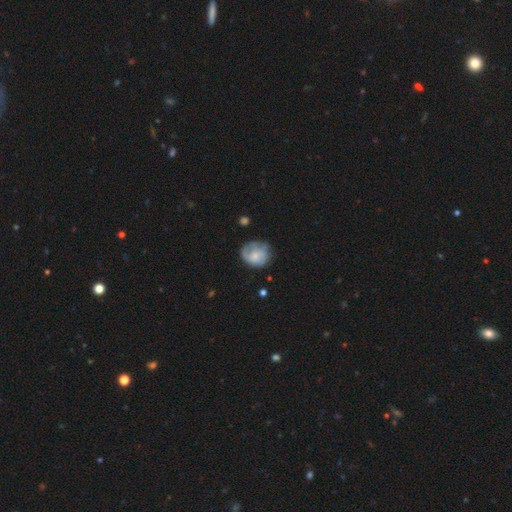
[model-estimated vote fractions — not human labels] Overall: smooth (58%; featured or disk 34%). How rounded: round (72%). Merging: none (54%; minor disturbance 29%).